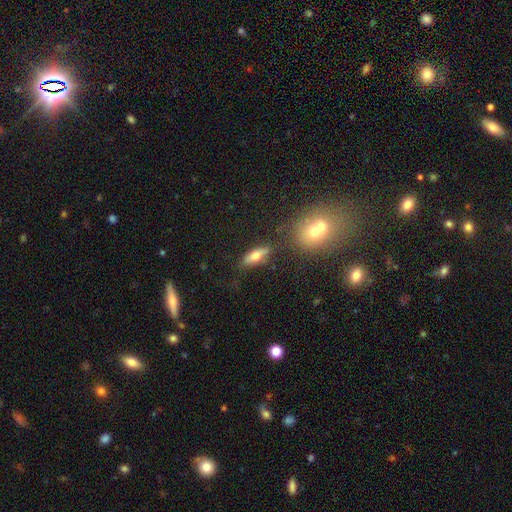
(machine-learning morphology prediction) This is possibly a smooth galaxy (57%). How rounded: possibly in between (56%). Merging: likely none (72%).